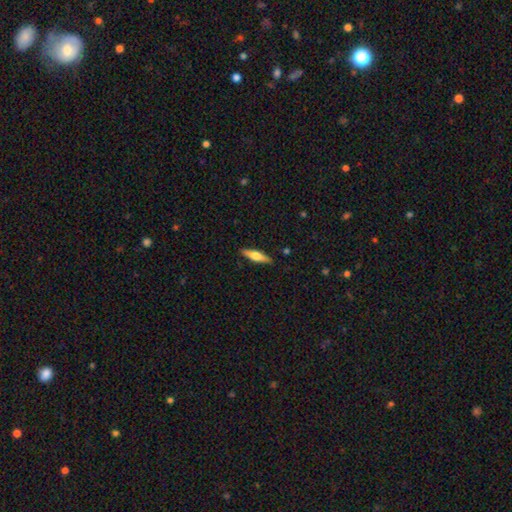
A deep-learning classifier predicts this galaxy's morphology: A smooth galaxy with no disk features (52%) that is cigar-shaped (71%).

Vote fractions:
- Smooth or featured? smooth: 52% / featured or disk: 42% / star or artifact: 6%
- How rounded? cigar-shaped: 71% / in between: 27% / round: 2%
- Merging? none: 88% / minor disturbance: 9% / major disturbance: 2% / merger: 1%